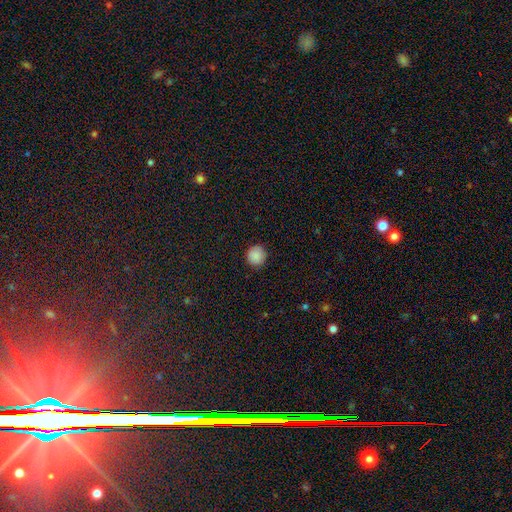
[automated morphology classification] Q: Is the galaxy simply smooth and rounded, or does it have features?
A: smooth — 88%.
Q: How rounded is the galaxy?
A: round — 94%.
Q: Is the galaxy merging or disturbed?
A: none — 89%.